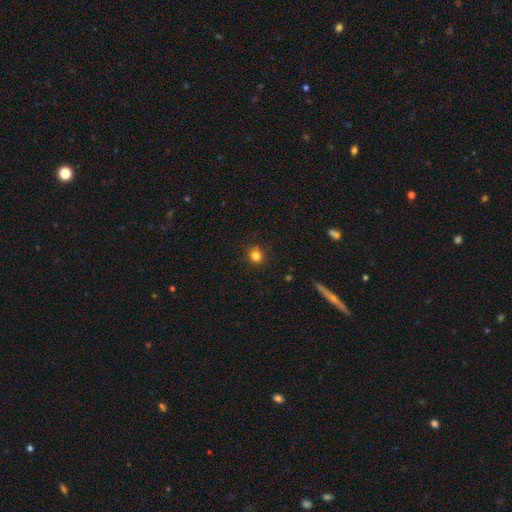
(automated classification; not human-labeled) This is clearly a smooth galaxy (83%). How rounded: clearly round (85%). Merging: clearly none (87%).